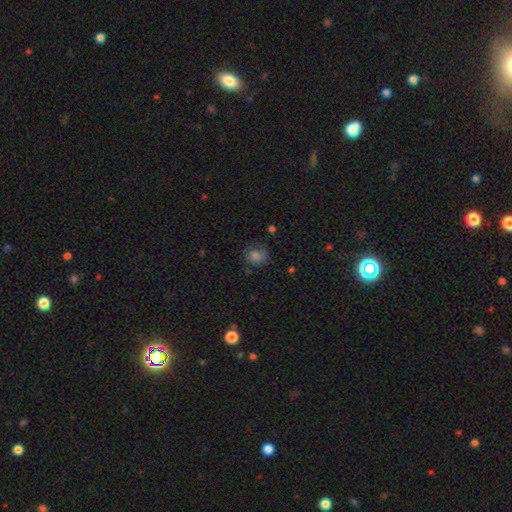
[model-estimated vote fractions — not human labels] Overall: smooth (70%). How rounded: round (71%). Merging: none (68%).